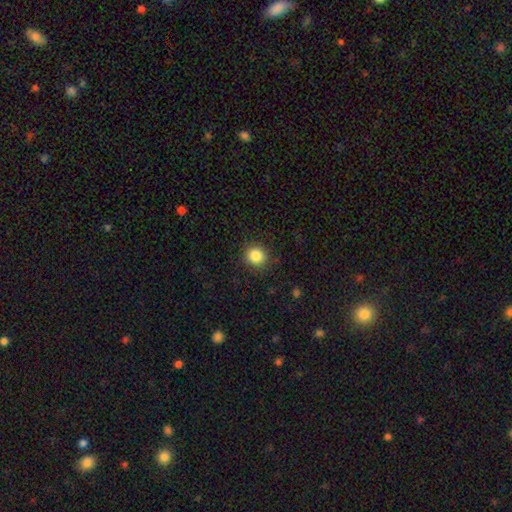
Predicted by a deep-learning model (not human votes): Smooth or featured? Predicted: smooth (p=0.85). How rounded? Predicted: round (p=0.90). Merging? Predicted: none (p=0.90).